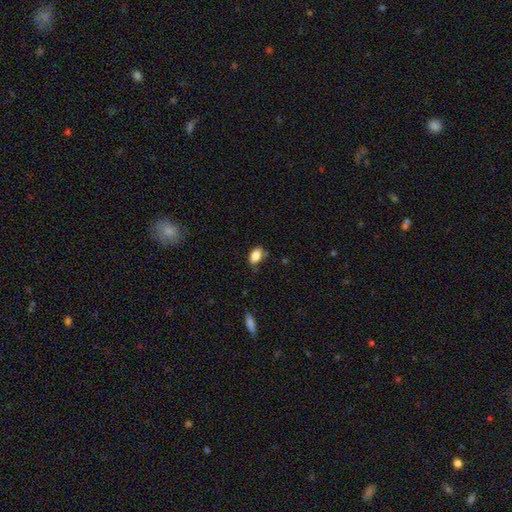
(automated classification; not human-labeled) Smooth or featured: smooth — 85% (star or artifact — 8%)
How rounded: in between — 90% (round — 7%)
Merging: none — 67% (minor disturbance — 25%)